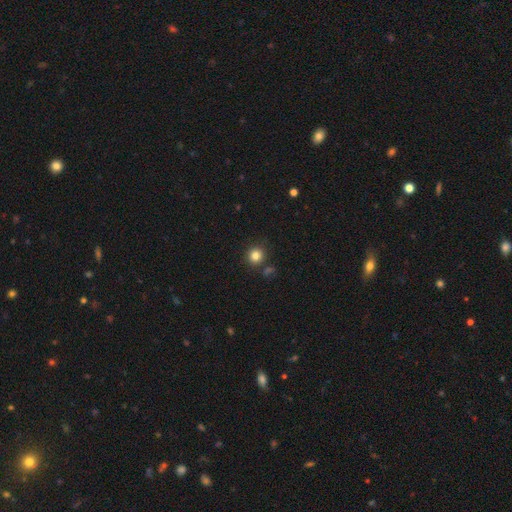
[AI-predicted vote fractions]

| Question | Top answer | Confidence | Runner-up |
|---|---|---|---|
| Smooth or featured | smooth | 82% | star or artifact (12%) |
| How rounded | round | 91% | in between (8%) |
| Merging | none | 84% | minor disturbance (8%) |